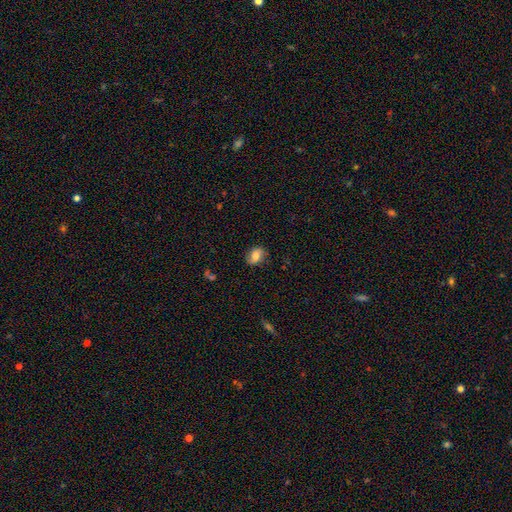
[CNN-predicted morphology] Smooth or featured? smooth (69%)
How rounded? in between (65%)
Merging? none (80%)